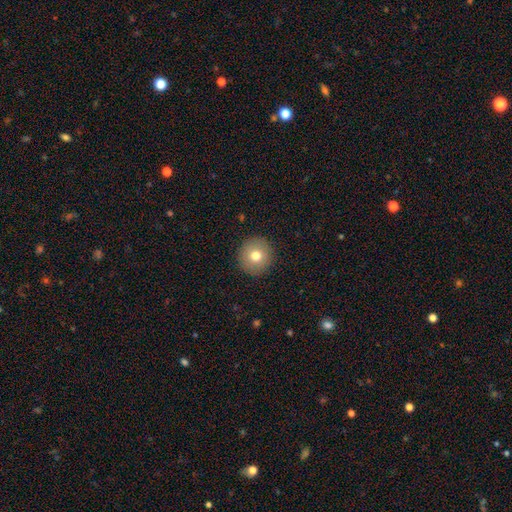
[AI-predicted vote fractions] Smooth or featured? smooth (75%)
How rounded? round (95%)
Merging? none (92%)